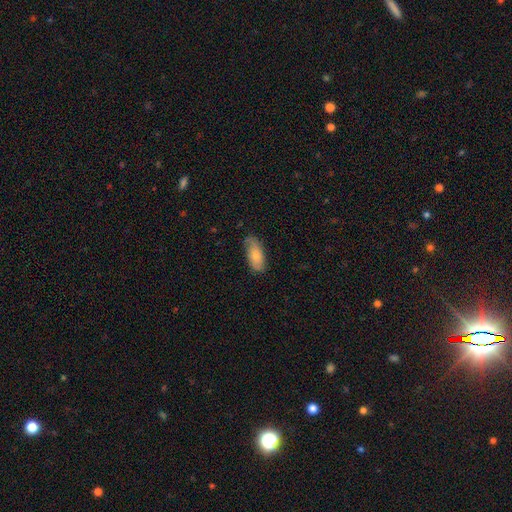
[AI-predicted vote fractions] This is likely a smooth galaxy (75%). How rounded: clearly in between (88%). Merging: likely none (62%).